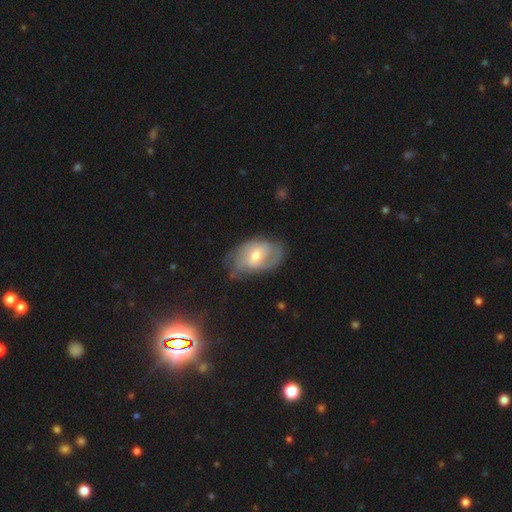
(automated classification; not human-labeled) Morphology: type=featured or disk (70%); edge-on=no (96%); bar=weak (48%); spiral arms=yes (86%); winding=medium (42%); arm count=2 (51%); bulge=moderate (57%); merging=none (62%).